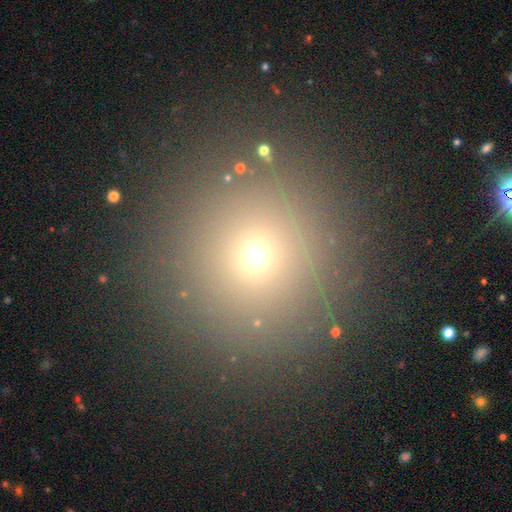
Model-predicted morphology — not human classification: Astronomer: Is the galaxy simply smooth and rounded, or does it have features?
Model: smooth — 64%.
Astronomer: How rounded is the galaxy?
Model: round — 89%.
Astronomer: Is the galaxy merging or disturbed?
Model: none — 82%.